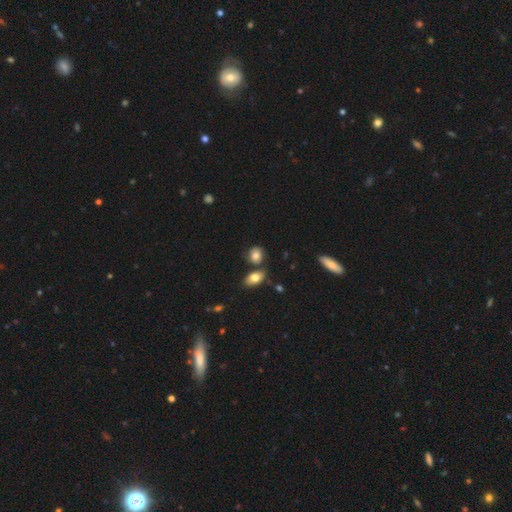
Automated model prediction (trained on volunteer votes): Overall: smooth (80%). How rounded: round (56%; in between 42%). Merging: none (66%).